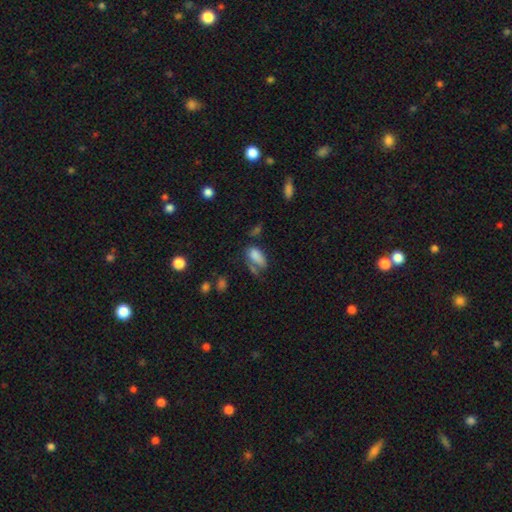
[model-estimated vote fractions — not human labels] Overall: smooth (80%). How rounded: in between (89%). Merging: none (39%; minor disturbance 24%).